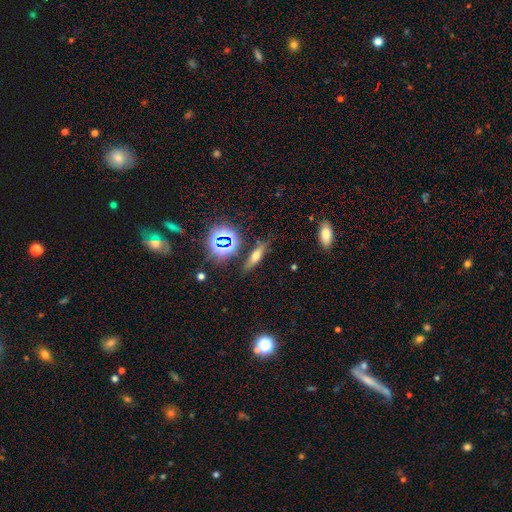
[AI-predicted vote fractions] Smooth or featured: smooth — 51% (featured or disk — 28%)
How rounded: cigar-shaped — 57% (in between — 35%)
Merging: none — 80% (minor disturbance — 13%)